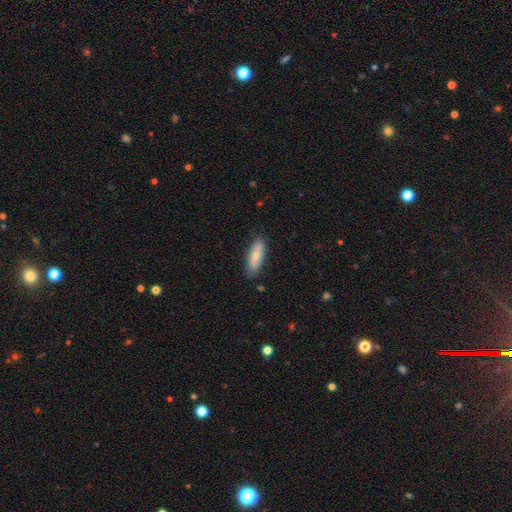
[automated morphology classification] A smooth galaxy with no disk features (69%) that is in between round and cigar-shaped (63%). Merging: none (83%).